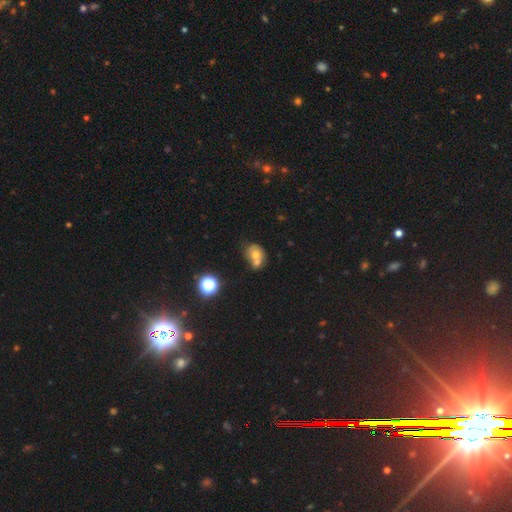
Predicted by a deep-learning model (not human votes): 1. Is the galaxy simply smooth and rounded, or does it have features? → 65% smooth, 23% featured or disk, 13% star or artifact.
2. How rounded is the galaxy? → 52% round, 47% in between, 1% cigar-shaped.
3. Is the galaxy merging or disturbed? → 59% merger, 26% none, 10% minor disturbance, 5% major disturbance.